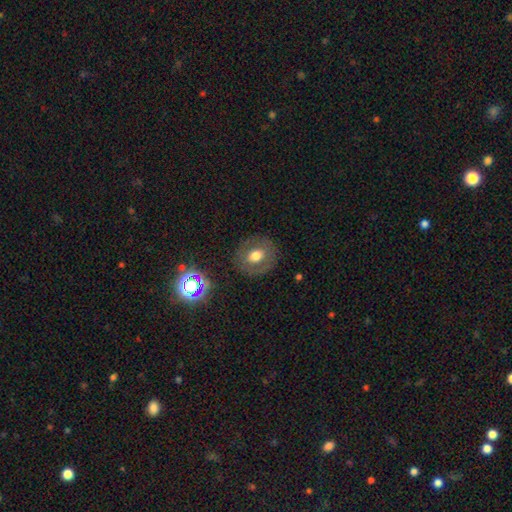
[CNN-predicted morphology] type=smooth (58%); roundness=round (69%); merging=none (83%).